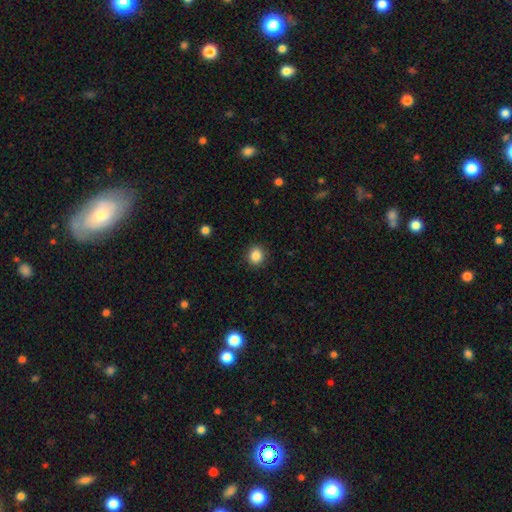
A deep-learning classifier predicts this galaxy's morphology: A smooth galaxy with no disk features (86%) that is round (77%).

Vote fractions:
- Smooth or featured? smooth: 86% / star or artifact: 10% / featured or disk: 4%
- How rounded? round: 77% / in between: 22% / cigar-shaped: 1%
- Merging? none: 89% / minor disturbance: 8% / major disturbance: 2% / merger: 1%